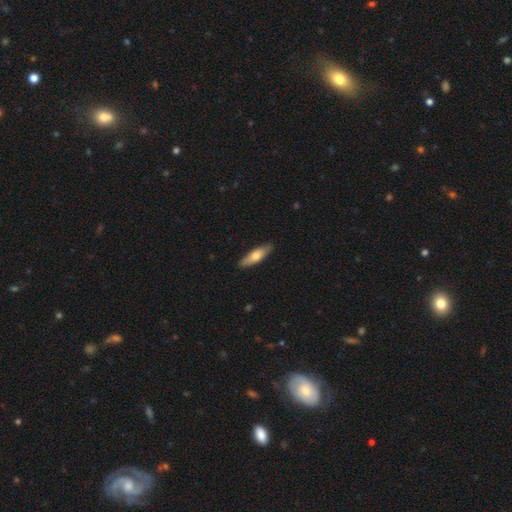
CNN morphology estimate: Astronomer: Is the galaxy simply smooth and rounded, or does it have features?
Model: smooth — 63%.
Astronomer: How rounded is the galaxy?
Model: cigar-shaped — 61% (runner-up: in between, 37%).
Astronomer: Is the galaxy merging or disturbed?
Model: none — 87%.